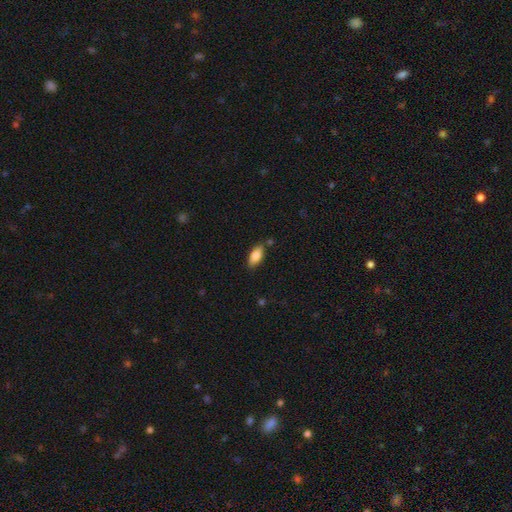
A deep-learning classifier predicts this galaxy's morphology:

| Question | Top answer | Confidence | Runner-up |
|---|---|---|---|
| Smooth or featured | smooth | 81% | featured or disk (12%) |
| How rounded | in between | 84% | cigar-shaped (13%) |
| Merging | none | 81% | minor disturbance (13%) |